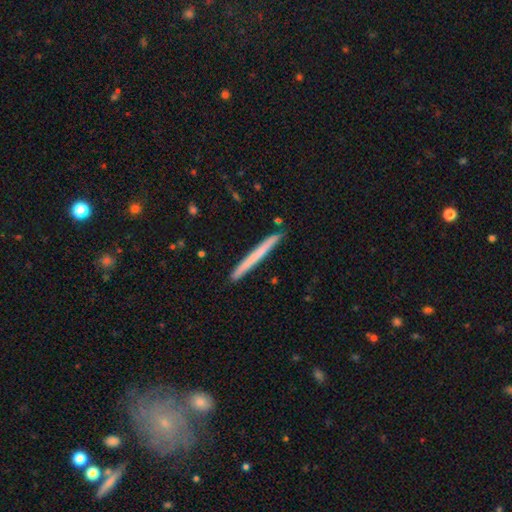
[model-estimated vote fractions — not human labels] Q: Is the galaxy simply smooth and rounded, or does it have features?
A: smooth — 58%.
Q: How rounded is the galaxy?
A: cigar-shaped — 97%.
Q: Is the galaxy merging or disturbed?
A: none — 91%.